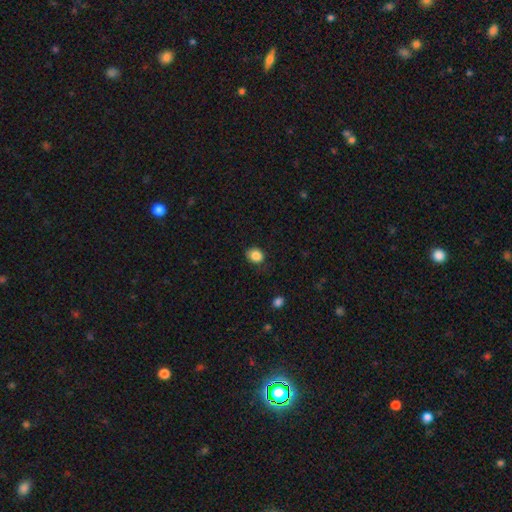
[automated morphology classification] Smooth or featured: smooth — 86% (star or artifact — 10%)
How rounded: round — 54% (in between — 46%)
Merging: none — 78% (minor disturbance — 17%)